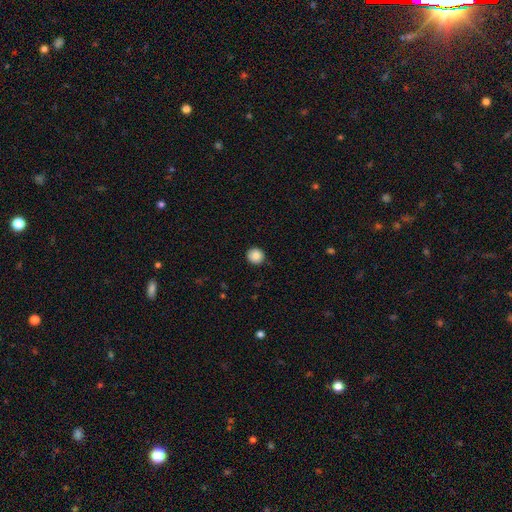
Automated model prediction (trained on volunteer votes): This is clearly a smooth galaxy (85%). How rounded: clearly round (93%). Merging: clearly none (91%).